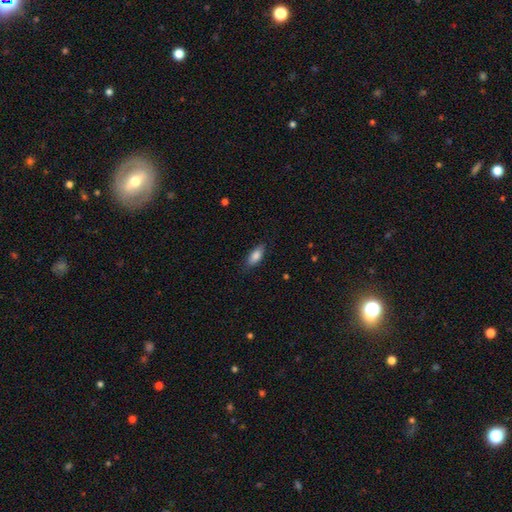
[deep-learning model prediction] Morphology: type=smooth (83%); roundness=in between (83%); merging=none (81%).